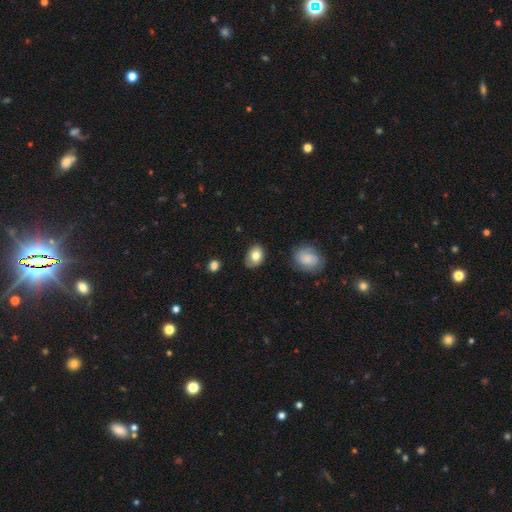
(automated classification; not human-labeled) A smooth galaxy with no disk features (78%) that is in between round and cigar-shaped (73%). Merging: none (74%).